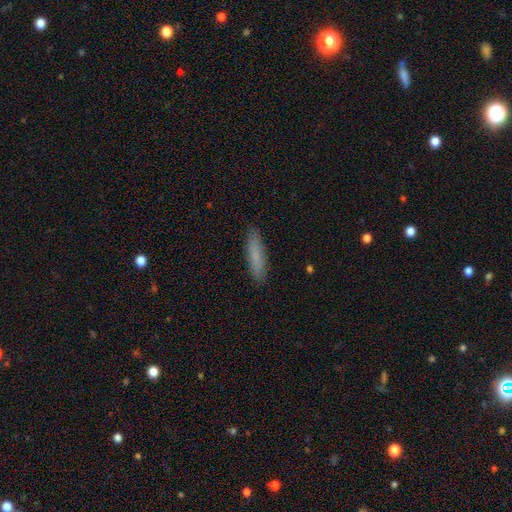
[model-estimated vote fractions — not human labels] This appears to be a smooth galaxy with no disk features (79%) that is cigar-shaped (78%). Merging: none (89%).